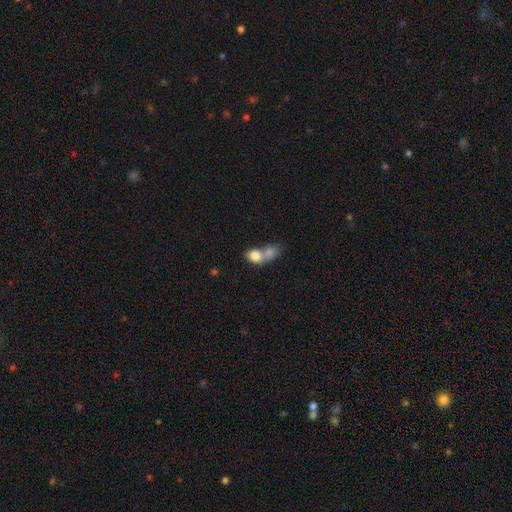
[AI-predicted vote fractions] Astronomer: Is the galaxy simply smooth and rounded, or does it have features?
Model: smooth — 78%.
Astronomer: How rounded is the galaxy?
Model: in between — 55% (runner-up: round, 43%).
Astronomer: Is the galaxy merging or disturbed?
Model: merger — 73%.